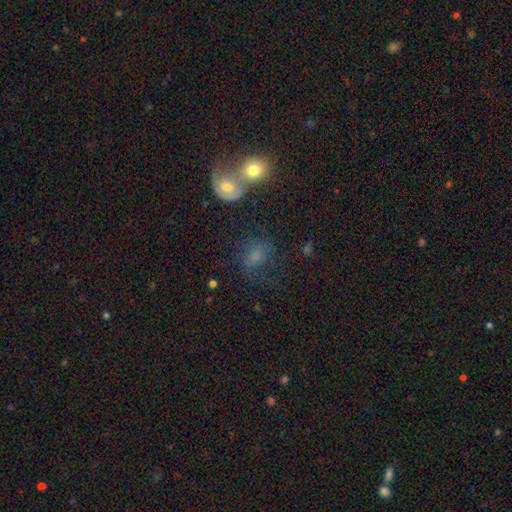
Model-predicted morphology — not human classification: type=smooth (59%); roundness=in between (62%); merging=none (35%).